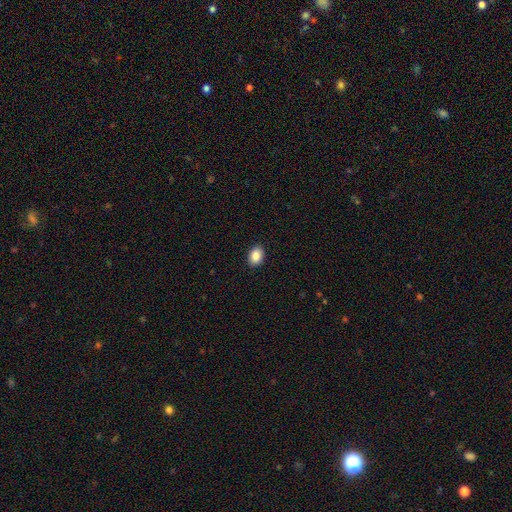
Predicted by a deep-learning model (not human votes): A smooth galaxy with no disk features (88%) that is in between round and cigar-shaped (77%). Merging: none (91%).